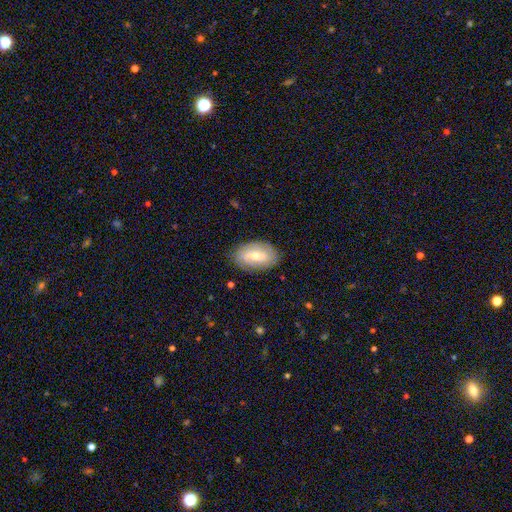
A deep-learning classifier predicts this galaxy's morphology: smooth-or-featured: featured or disk: 48% | smooth: 45% | star or artifact: 7%
  merging: none: 82% | minor disturbance: 13% | major disturbance: 3% | merger: 1%